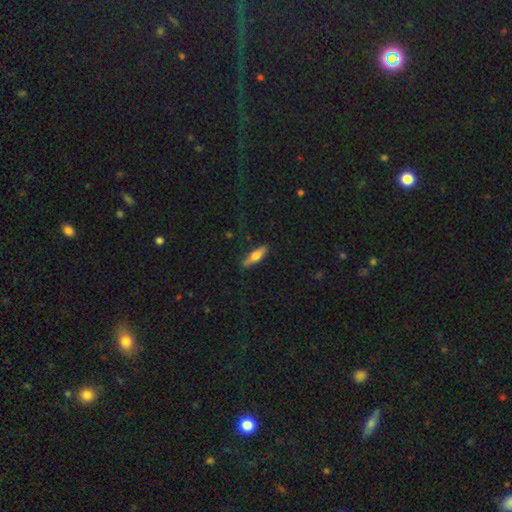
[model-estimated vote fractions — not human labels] Overall: smooth (53%; featured or disk 40%). How rounded: cigar-shaped (65%; in between 32%). Merging: none (86%).